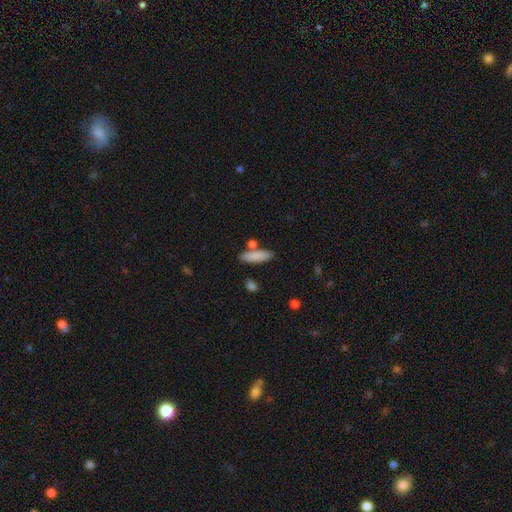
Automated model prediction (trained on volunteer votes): This is clearly a smooth galaxy (85%). How rounded: possibly cigar-shaped (55%). Merging: likely none (75%).